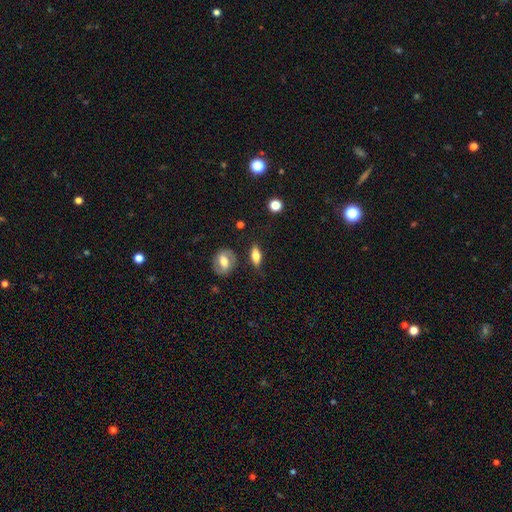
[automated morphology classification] type=smooth (71%); roundness=in between (74%); merging=none (74%).